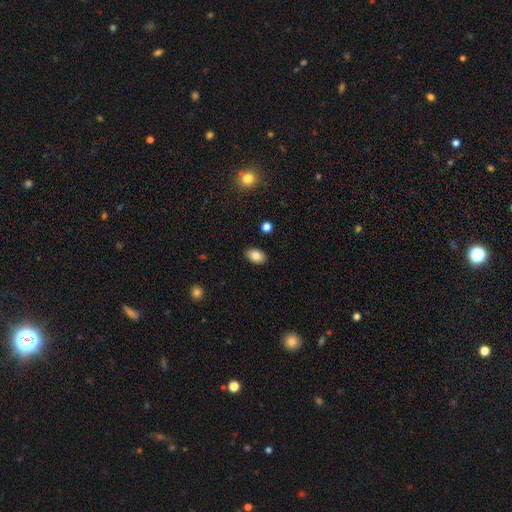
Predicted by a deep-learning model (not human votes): The model was most divided on "how rounded": in between: 87%, round: 12%, cigar-shaped: 1%. More confident: merging — none (88%); smooth or featured — smooth (85%).